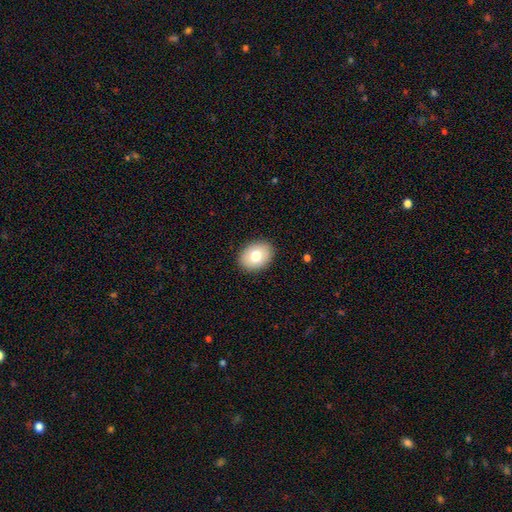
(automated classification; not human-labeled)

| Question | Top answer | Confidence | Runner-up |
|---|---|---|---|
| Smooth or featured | smooth | 76% | featured or disk (16%) |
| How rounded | in between | 70% | round (29%) |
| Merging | none | 89% | minor disturbance (8%) |